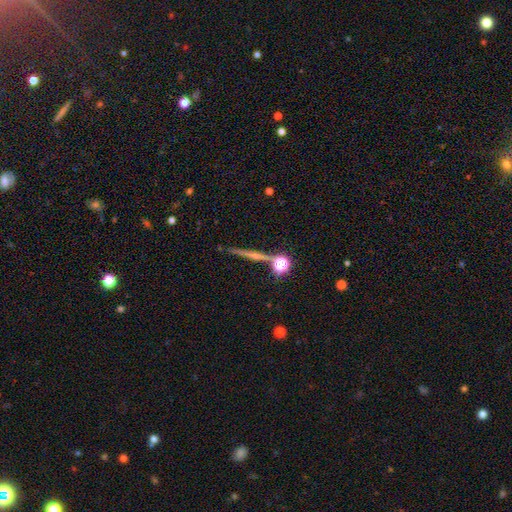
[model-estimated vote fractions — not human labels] This appears to be a featured or disk galaxy (58%) viewed edge-on (96%) with no central bulge (53%). Merging: none (84%).